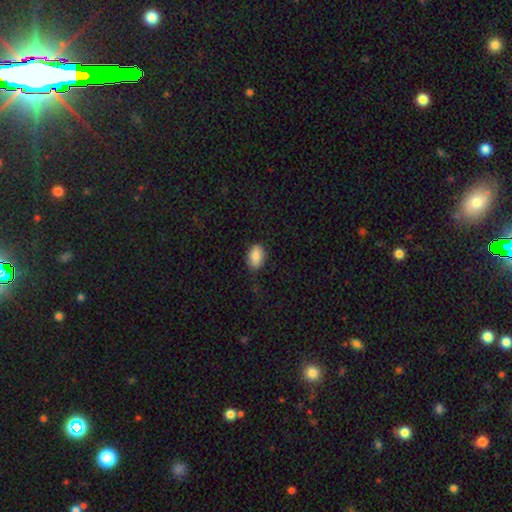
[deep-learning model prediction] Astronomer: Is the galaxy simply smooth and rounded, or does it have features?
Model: smooth — 86%.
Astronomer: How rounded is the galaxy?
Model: in between — 88%.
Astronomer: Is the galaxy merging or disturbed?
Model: none — 79%.